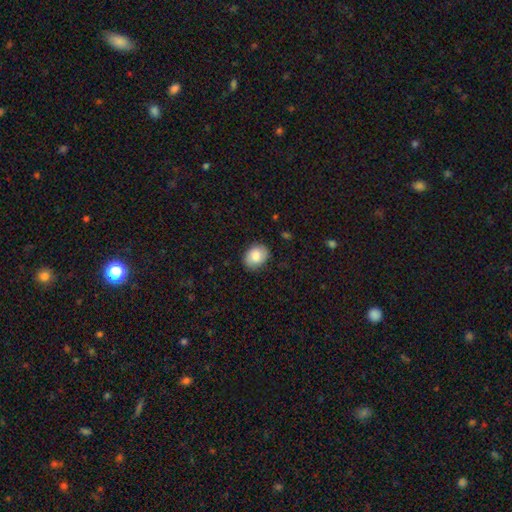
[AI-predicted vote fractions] Smooth or featured? smooth (80%)
How rounded? in between (60%)
Merging? none (84%)